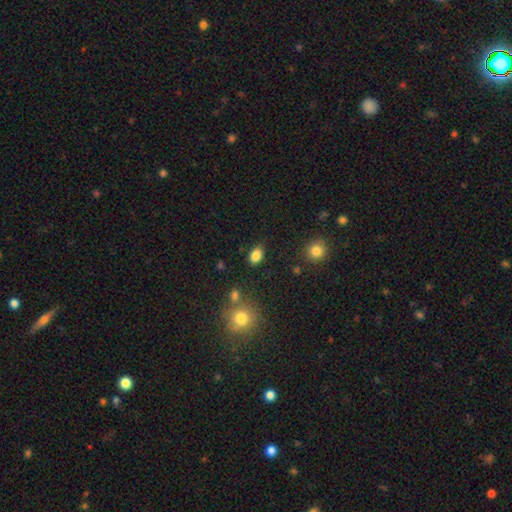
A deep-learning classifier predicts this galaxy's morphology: This is clearly a smooth galaxy (85%). How rounded: clearly in between (83%). Merging: clearly none (82%).